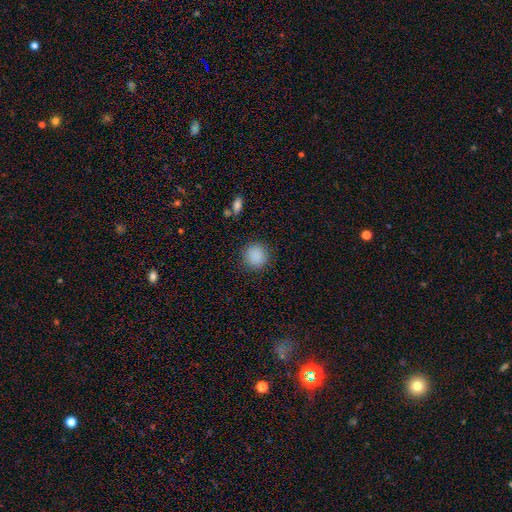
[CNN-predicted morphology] Smooth or featured? Predicted: smooth (p=0.89). How rounded? Predicted: round (p=0.91). Merging? Predicted: none (p=0.89).